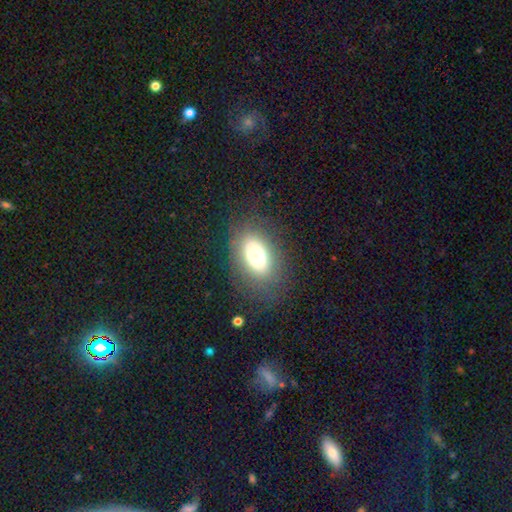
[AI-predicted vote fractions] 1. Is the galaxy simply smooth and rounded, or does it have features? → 64% smooth, 24% featured or disk, 12% star or artifact.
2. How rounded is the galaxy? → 82% in between, 16% round, 2% cigar-shaped.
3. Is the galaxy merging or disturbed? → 78% none, 13% minor disturbance, 8% major disturbance, 1% merger.